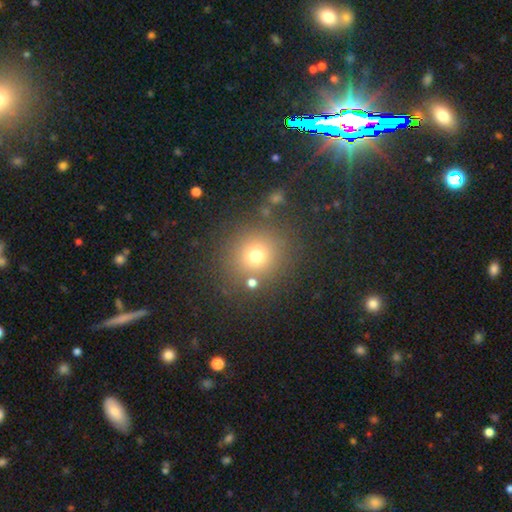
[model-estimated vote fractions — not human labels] smooth 71%, star or artifact 19%, featured or disk 10%. Down the decision tree: how rounded — round (88%); merging — none (81%).